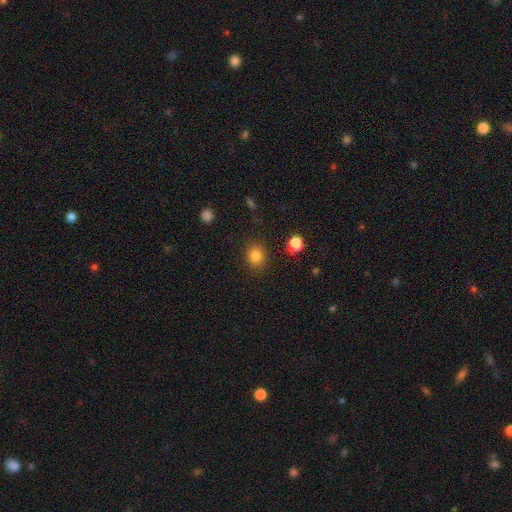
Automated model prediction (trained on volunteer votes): Morphology: type=smooth (83%); roundness=round (75%); merging=none (86%).